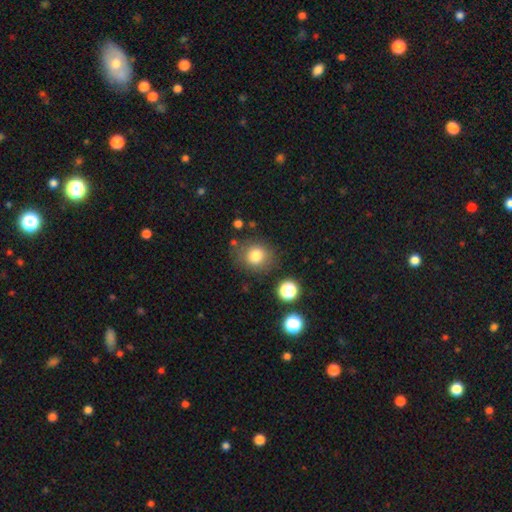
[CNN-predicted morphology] A smooth galaxy with no disk features (80%) that is round (81%). Merging: none (80%).